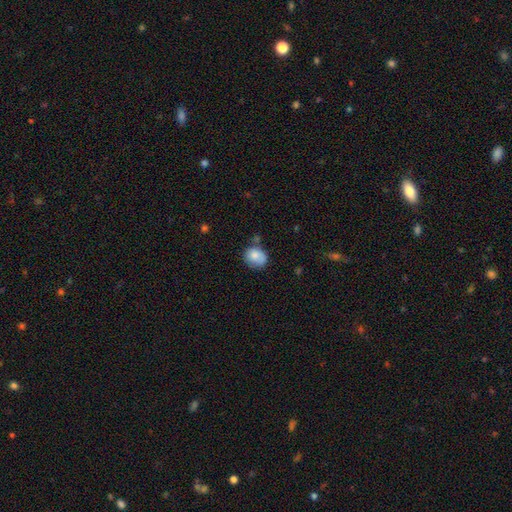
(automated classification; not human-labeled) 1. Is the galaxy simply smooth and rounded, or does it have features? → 80% smooth, 11% featured or disk, 8% star or artifact.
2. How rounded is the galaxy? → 57% round, 42% in between, 1% cigar-shaped.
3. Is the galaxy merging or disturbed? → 56% none, 28% minor disturbance, 9% merger, 7% major disturbance.